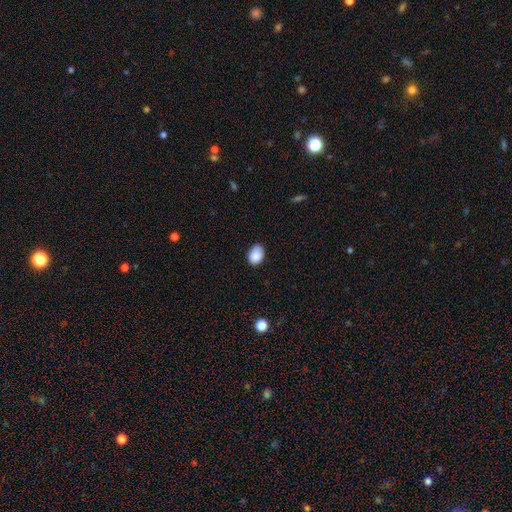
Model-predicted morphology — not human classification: Smooth or featured? smooth (88%)
How rounded? in between (77%)
Merging? none (74%)